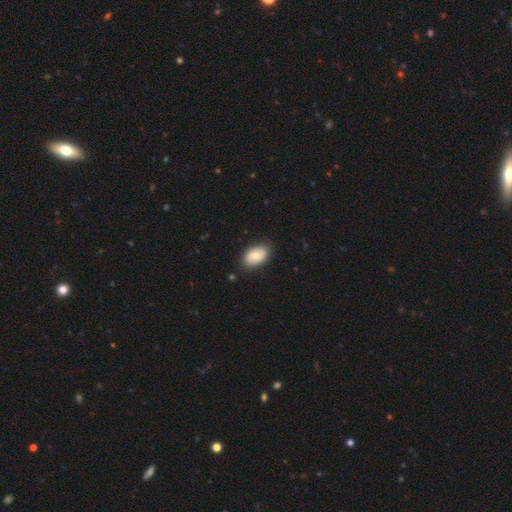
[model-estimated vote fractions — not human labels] Smooth or featured?
  - smooth: 76% *
  - featured or disk: 18%
  - star or artifact: 6%
How rounded?
  - in between: 91% *
  - round: 8%
  - cigar-shaped: 1%
Merging?
  - none: 85% *
  - minor disturbance: 11%
  - major disturbance: 2%
  - merger: 1%